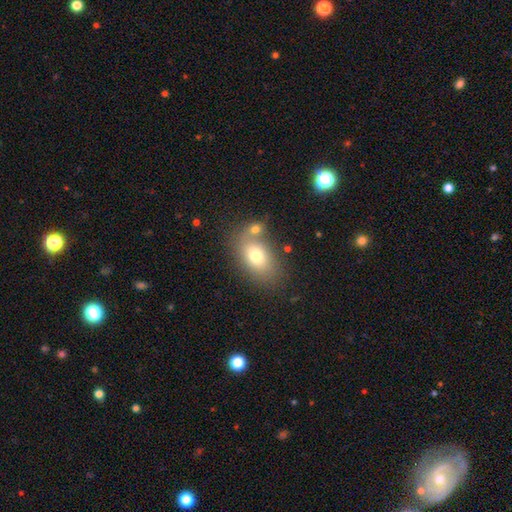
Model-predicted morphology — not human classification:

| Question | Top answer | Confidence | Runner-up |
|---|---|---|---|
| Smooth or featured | smooth | 73% | featured or disk (17%) |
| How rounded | in between | 84% | round (15%) |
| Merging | none | 56% | merger (24%) |